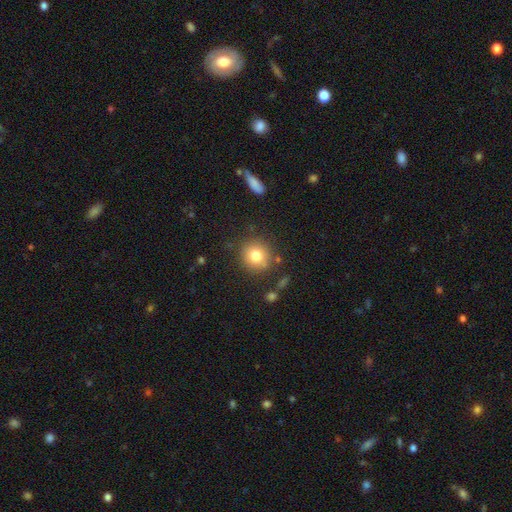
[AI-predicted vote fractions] Smooth or featured?
  - smooth: 79% *
  - star or artifact: 11%
  - featured or disk: 10%
How rounded?
  - round: 91% *
  - in between: 8%
  - cigar-shaped: 1%
Merging?
  - none: 84% *
  - minor disturbance: 9%
  - merger: 3%
  - major disturbance: 3%